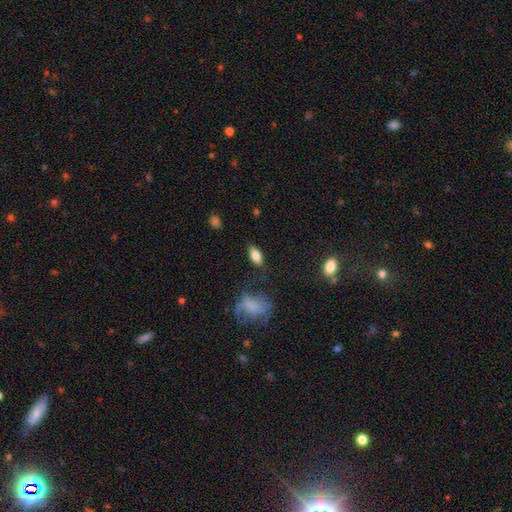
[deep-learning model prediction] Smooth or featured: smooth — 73% (featured or disk — 19%)
How rounded: in between — 83% (cigar-shaped — 12%)
Merging: none — 81% (minor disturbance — 13%)